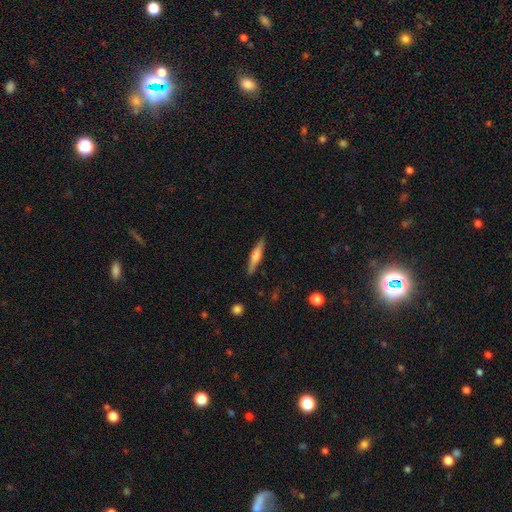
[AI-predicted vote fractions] Smooth or featured? smooth (48%)
Merging? none (89%)